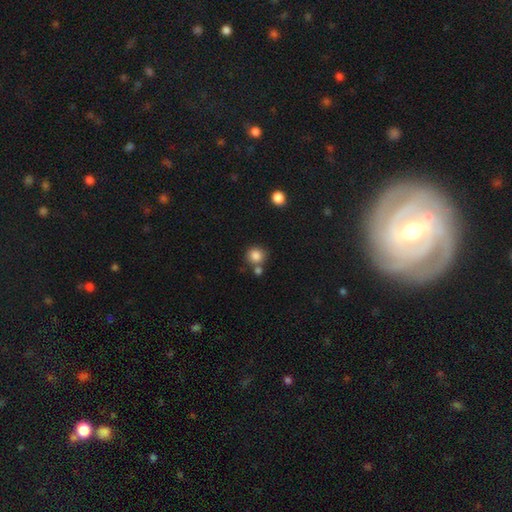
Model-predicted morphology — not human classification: smooth_or_featured: smooth (p=0.85) [alt: star or artifact p=0.10]
how_rounded: round (p=0.89) [alt: in between p=0.10]
merging: none (p=0.69) [alt: merger p=0.18]